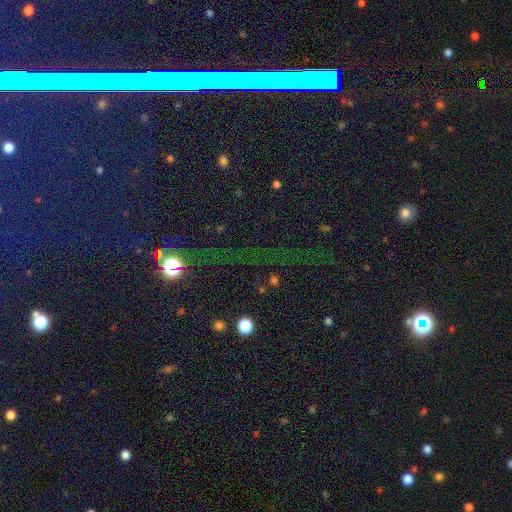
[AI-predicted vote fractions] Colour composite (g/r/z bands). It shows a star or artifact, not a galaxy (80%).